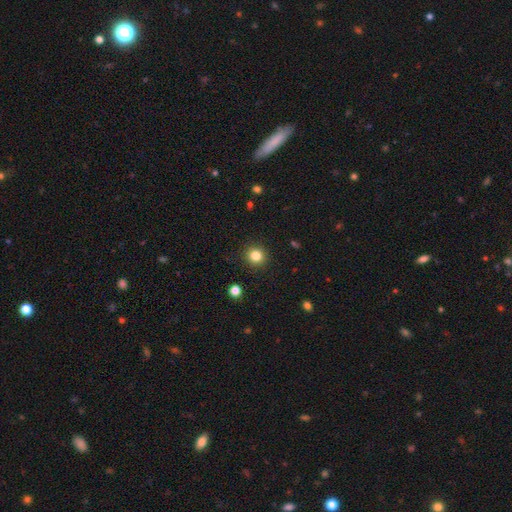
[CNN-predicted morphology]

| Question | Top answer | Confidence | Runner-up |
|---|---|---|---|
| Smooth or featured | smooth | 83% | star or artifact (12%) |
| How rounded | round | 92% | in between (7%) |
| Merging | none | 92% | minor disturbance (5%) |